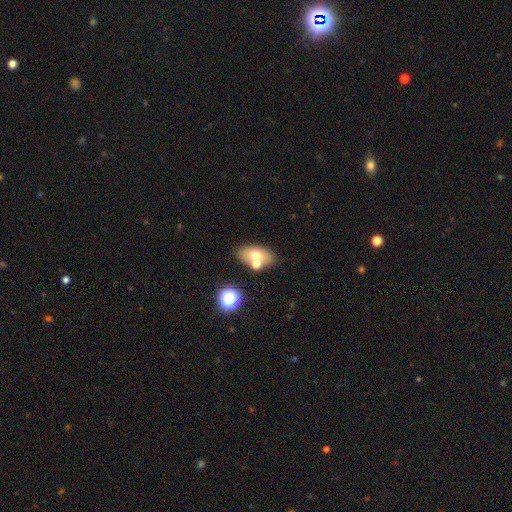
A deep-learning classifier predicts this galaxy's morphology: Smooth or featured: smooth — 64% (featured or disk — 24%)
How rounded: in between — 83% (round — 15%)
Merging: none — 58% (merger — 27%)